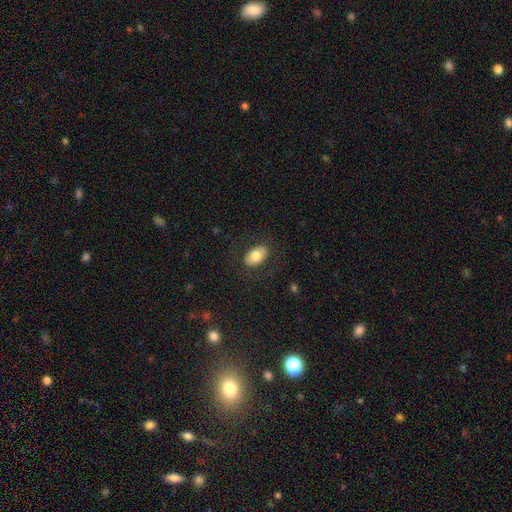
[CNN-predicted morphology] Smooth or featured? smooth (75%)
How rounded? in between (90%)
Merging? none (83%)